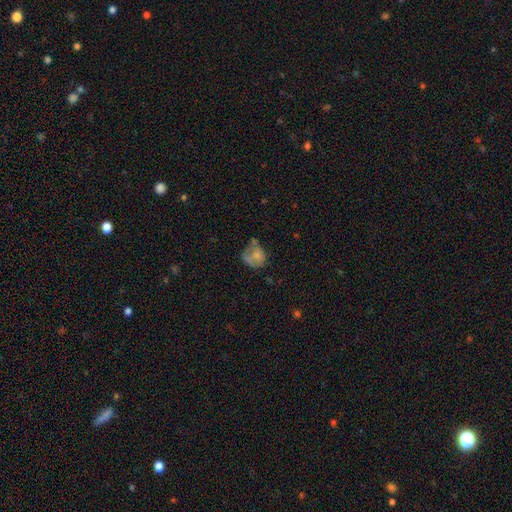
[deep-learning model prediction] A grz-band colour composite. It shows a smooth galaxy with no disk features (59%) that is round (59%). Merging: none (31%).